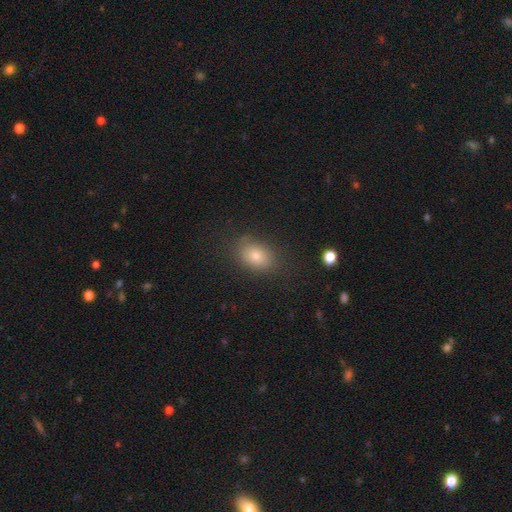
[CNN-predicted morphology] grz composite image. It shows a smooth galaxy with no disk features (77%) that is in between round and cigar-shaped (79%). Merging: none (80%).